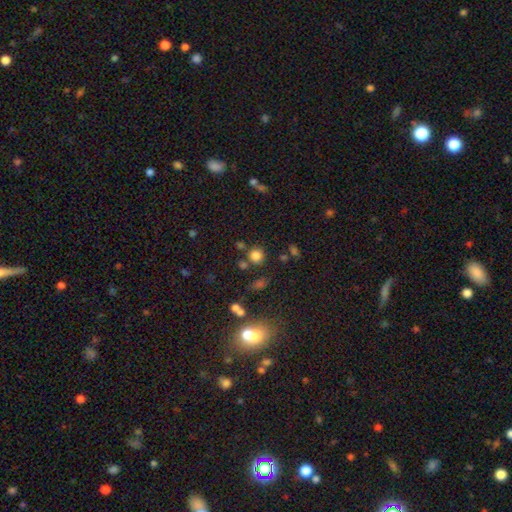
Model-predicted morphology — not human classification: A smooth galaxy with no disk features (77%) that is round (90%).

Vote fractions:
- Smooth or featured? smooth: 77% / star or artifact: 17% / featured or disk: 6%
- How rounded? round: 90% / in between: 9% / cigar-shaped: 1%
- Merging? none: 76% / merger: 11% / minor disturbance: 9% / major disturbance: 4%